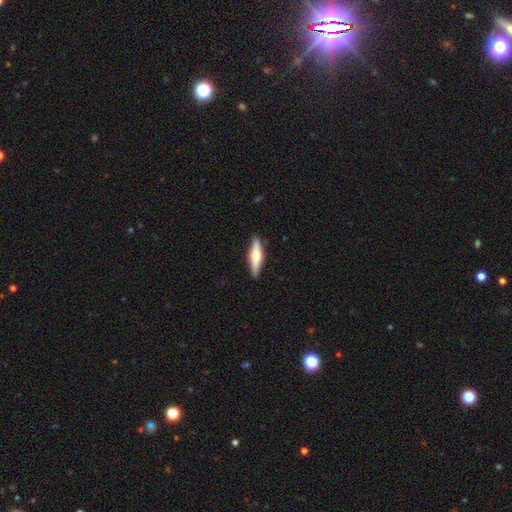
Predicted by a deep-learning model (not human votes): This is possibly a featured or disk galaxy (49%). Merging: clearly none (89%).